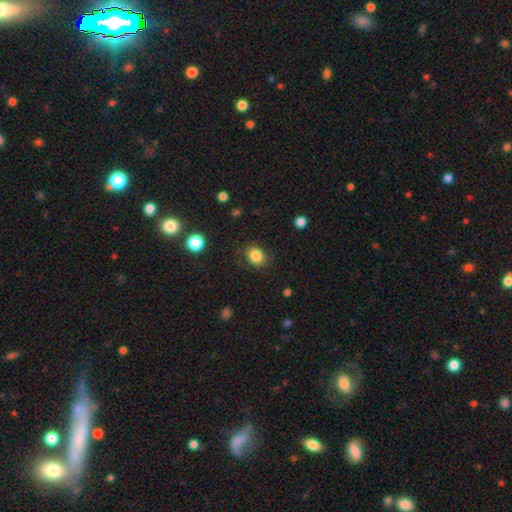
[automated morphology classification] Smooth or featured? Predicted: smooth (p=0.85). How rounded? Predicted: in between (p=0.54). Merging? Predicted: none (p=0.83).